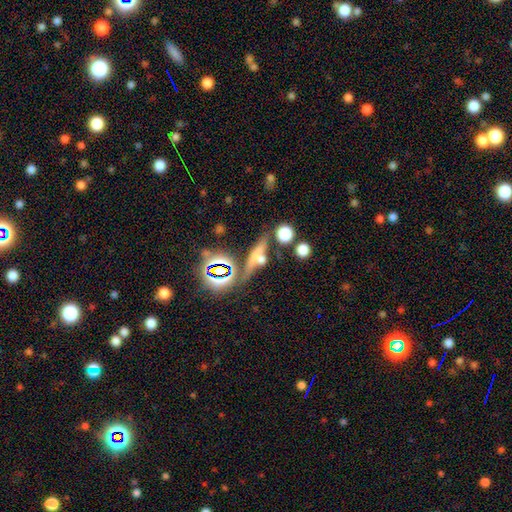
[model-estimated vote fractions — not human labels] smooth 39%, featured or disk 36%, star or artifact 25%. Down the decision tree: merging — none (58%).